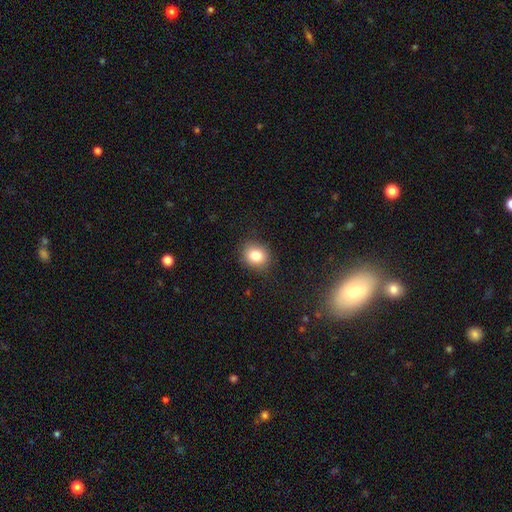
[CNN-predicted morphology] Overall: smooth (82%). How rounded: round (68%; in between 31%). Merging: none (88%).